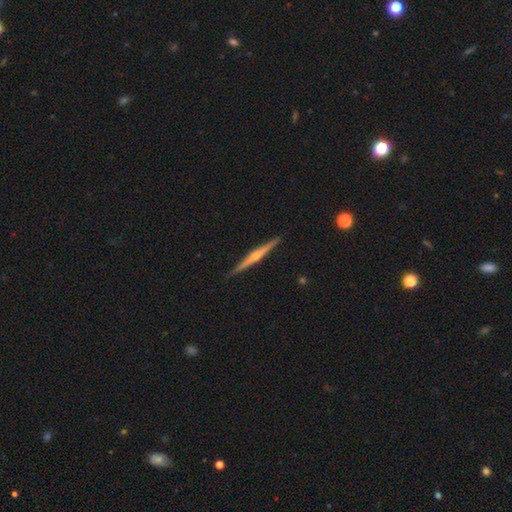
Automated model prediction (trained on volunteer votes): This is likely a featured or disk galaxy (78%). It is clearly viewed edge-on (98%). Edge-on bulge: clearly rounded (83%). Merging: clearly none (91%).